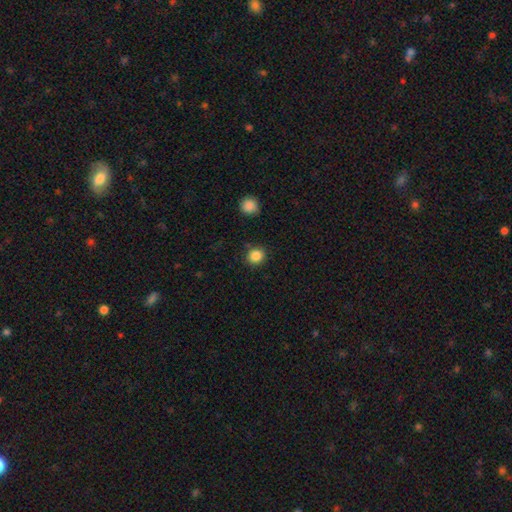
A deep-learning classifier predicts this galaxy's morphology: Smooth or featured: smooth — 86% (star or artifact — 11%)
How rounded: round — 86% (in between — 13%)
Merging: none — 88% (minor disturbance — 7%)